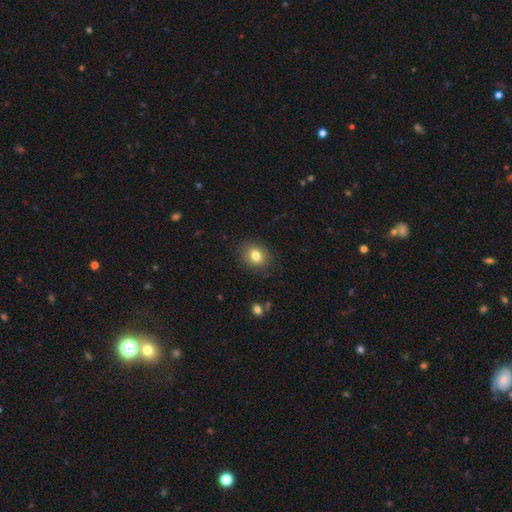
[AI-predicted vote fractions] Smooth or featured: smooth — 81% (star or artifact — 10%)
How rounded: round — 56% (in between — 43%)
Merging: none — 87% (minor disturbance — 9%)